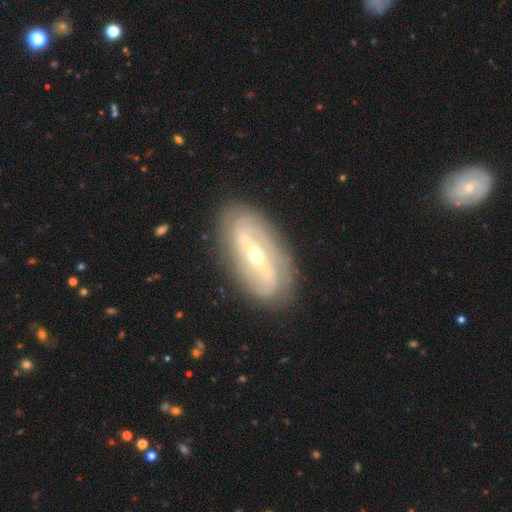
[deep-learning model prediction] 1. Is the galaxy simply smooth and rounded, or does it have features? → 84% featured or disk, 10% smooth, 5% star or artifact.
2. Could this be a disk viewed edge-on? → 89% no, 11% yes.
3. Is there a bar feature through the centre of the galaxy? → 55% strong, 28% weak, 17% no.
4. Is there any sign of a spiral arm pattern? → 87% yes, 13% no.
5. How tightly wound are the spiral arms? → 47% tight, 32% medium, 21% loose.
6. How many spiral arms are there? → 65% 2, 21% can't tell, 6% 3, 3% 1, 3% 4, 3% more than 4.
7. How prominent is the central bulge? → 50% small, 46% moderate, 2% large, 1% dominant, 1% none.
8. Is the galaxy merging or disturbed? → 83% none, 12% minor disturbance, 4% major disturbance, 1% merger.